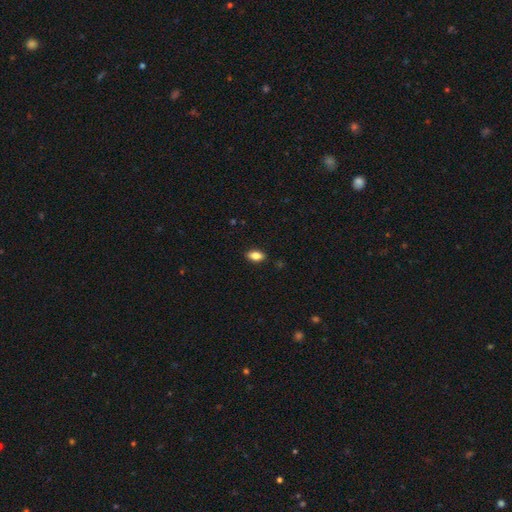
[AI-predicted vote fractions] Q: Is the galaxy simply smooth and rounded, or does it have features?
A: smooth — 81%.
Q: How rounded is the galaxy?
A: in between — 89%.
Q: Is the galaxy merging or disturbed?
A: none — 88%.